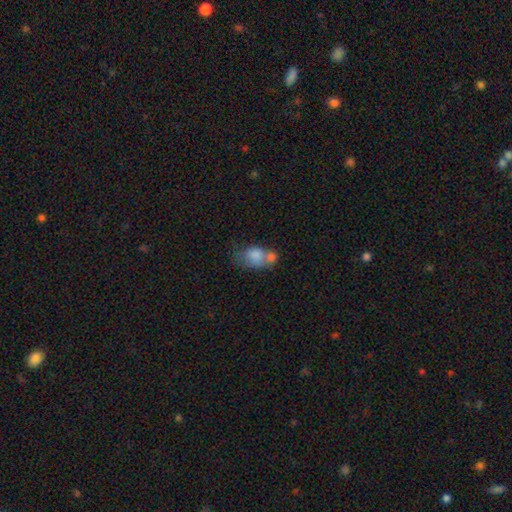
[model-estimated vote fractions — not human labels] The model was most divided on "merging": merger: 54%, none: 21%, minor disturbance: 14%, major disturbance: 10%. More confident: smooth or featured — smooth (76%); how rounded — in between (74%).